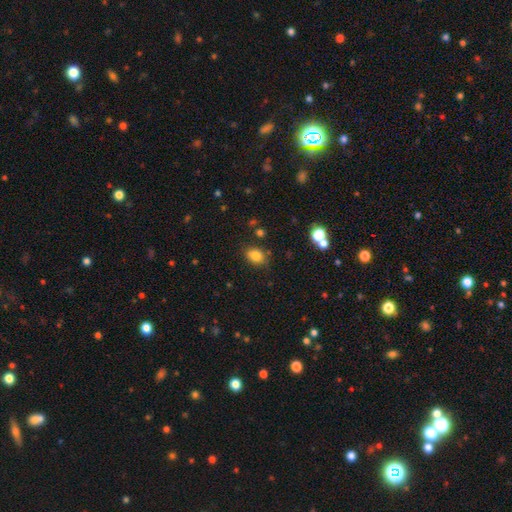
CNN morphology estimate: The model was most divided on "how rounded": in between: 65%, round: 34%, cigar-shaped: 1%. More confident: smooth or featured — smooth (81%); merging — none (80%).